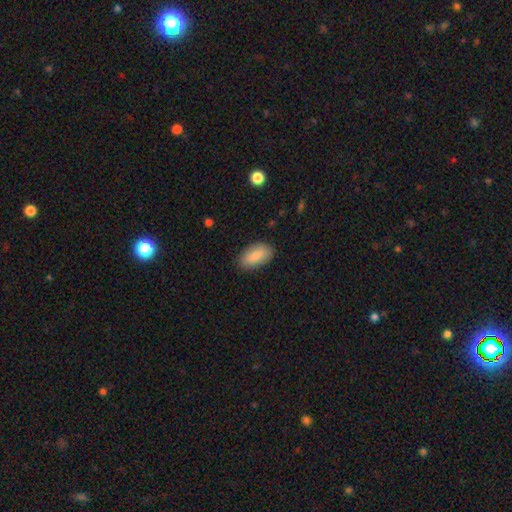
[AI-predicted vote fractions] Smooth or featured? smooth (85%)
How rounded? in between (94%)
Merging? none (84%)